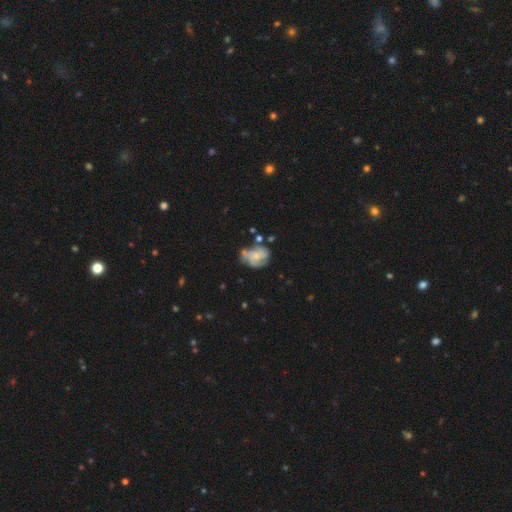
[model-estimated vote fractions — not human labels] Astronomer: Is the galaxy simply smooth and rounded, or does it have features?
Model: featured or disk — 50% (runner-up: smooth, 41%).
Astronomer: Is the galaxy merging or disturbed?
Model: none — 37% (runner-up: minor disturbance, 29%).